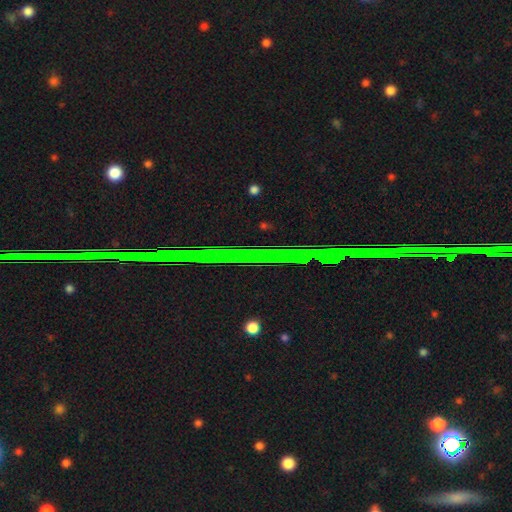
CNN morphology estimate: A star or artifact, not a galaxy (87%).